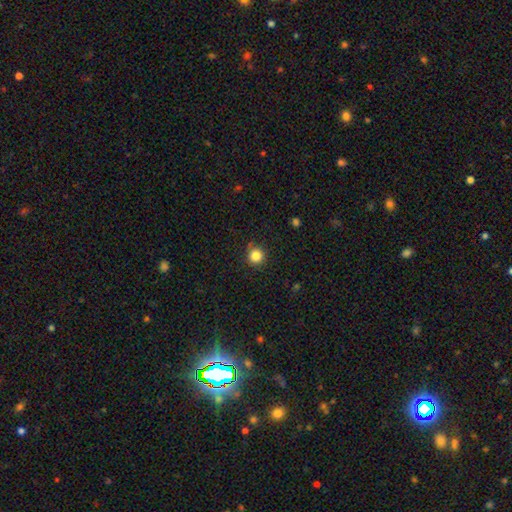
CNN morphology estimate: smooth_or_featured: smooth (p=0.84) [alt: star or artifact p=0.12]
how_rounded: round (p=0.95) [alt: in between p=0.04]
merging: none (p=0.88) [alt: minor disturbance p=0.08]